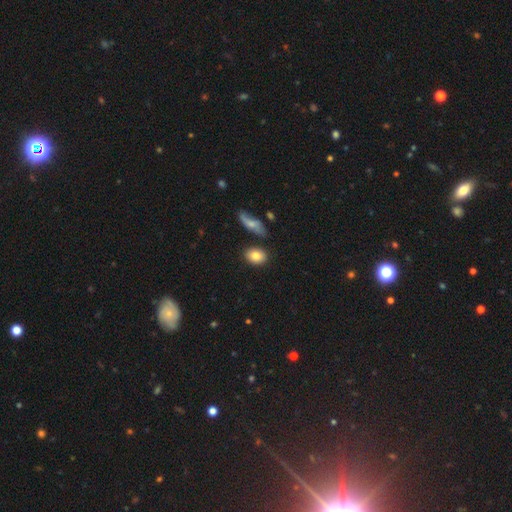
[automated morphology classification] The model was most divided on "how rounded": in between: 70%, round: 27%, cigar-shaped: 2%. More confident: smooth or featured — smooth (82%); merging — none (77%).